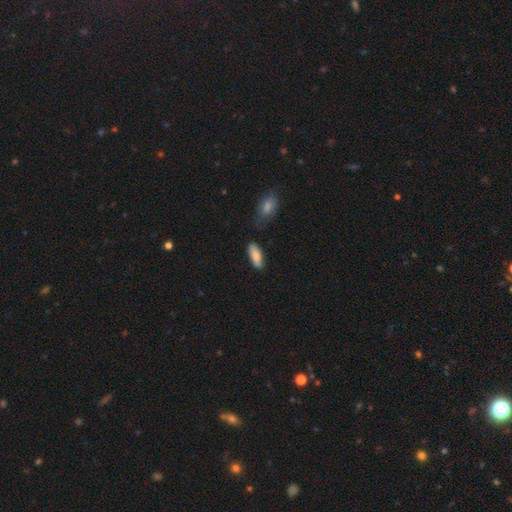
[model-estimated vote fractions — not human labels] A smooth galaxy with no disk features (85%) that is in between round and cigar-shaped (68%).

Vote fractions:
- Smooth or featured? smooth: 85% / featured or disk: 9% / star or artifact: 6%
- How rounded? in between: 68% / cigar-shaped: 30% / round: 2%
- Merging? none: 75% / minor disturbance: 17% / merger: 5% / major disturbance: 3%